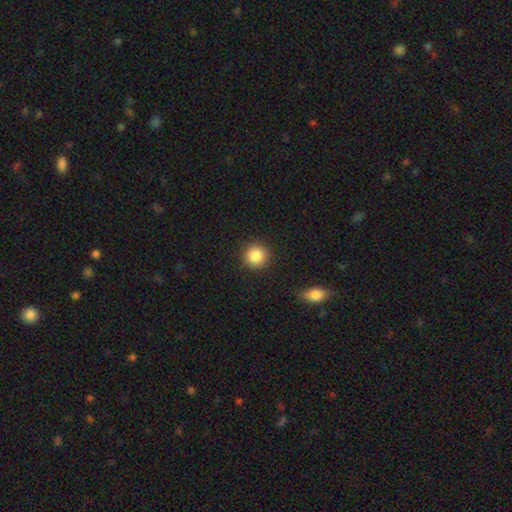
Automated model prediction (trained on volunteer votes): Q: Smooth or featured?
A: smooth (86%); runner-up: star or artifact (9%)
Q: How rounded?
A: round (93%); runner-up: in between (6%)
Q: Merging?
A: none (91%); runner-up: minor disturbance (6%)